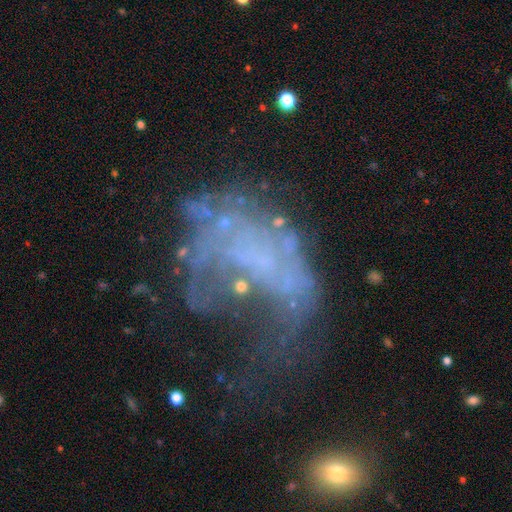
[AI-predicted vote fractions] Smooth or featured: featured or disk — 62% (smooth — 20%)
Edge-on disk: no — 98% (yes — 2%)
Bar: no — 88% (weak — 9%)
Spiral arms: no — 78% (yes — 22%)
Bulge size: none — 80% (small — 12%)
Merging: major disturbance — 58% (none — 18%)